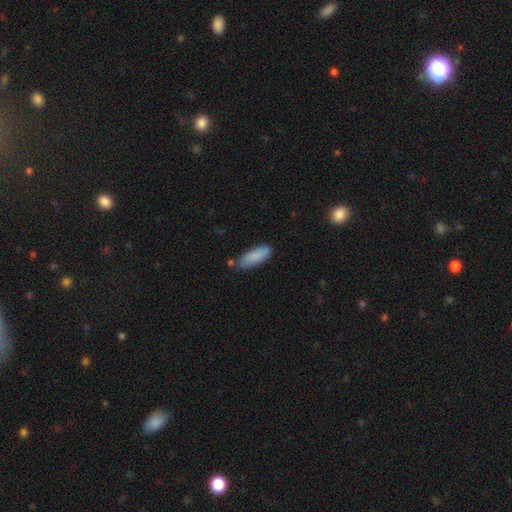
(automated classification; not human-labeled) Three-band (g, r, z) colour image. It shows a smooth galaxy with no disk features (87%) that is in between round and cigar-shaped (58%). Merging: none (69%).